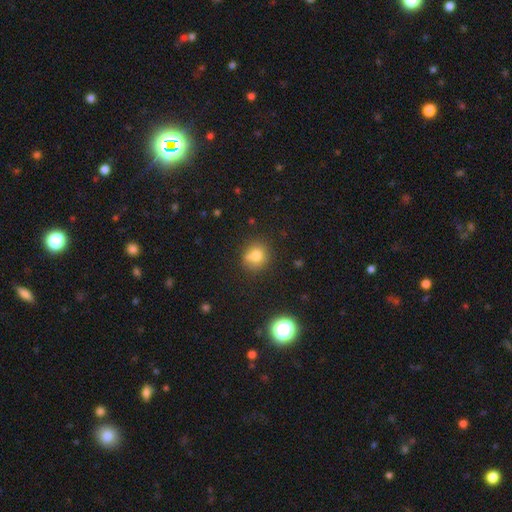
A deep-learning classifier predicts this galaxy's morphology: This is likely a smooth galaxy (76%). How rounded: clearly round (83%). Merging: likely none (69%).